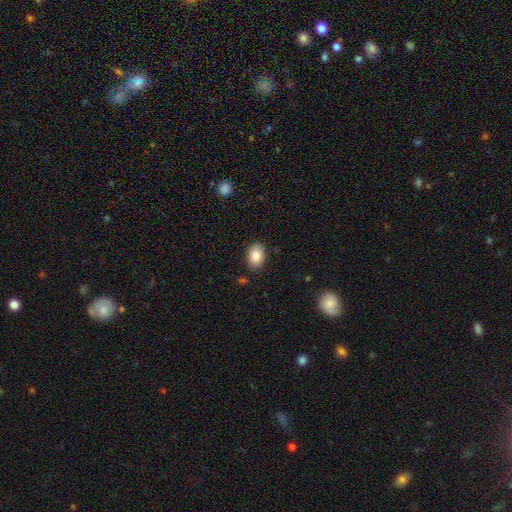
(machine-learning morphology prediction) Smooth or featured? smooth (86%)
How rounded? in between (86%)
Merging? none (86%)